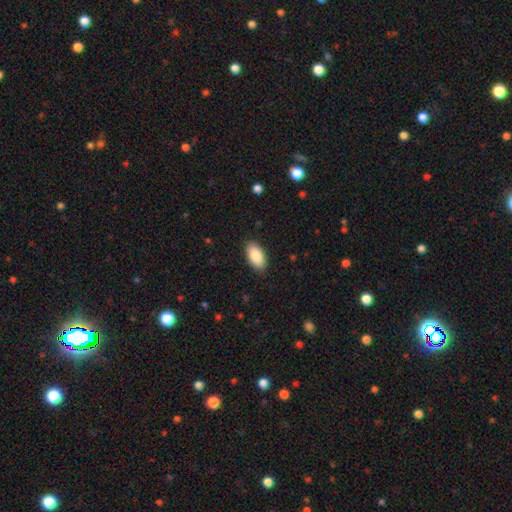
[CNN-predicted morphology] This appears to be a smooth galaxy with no disk features (88%) that is in between round and cigar-shaped (95%). Merging: none (88%).